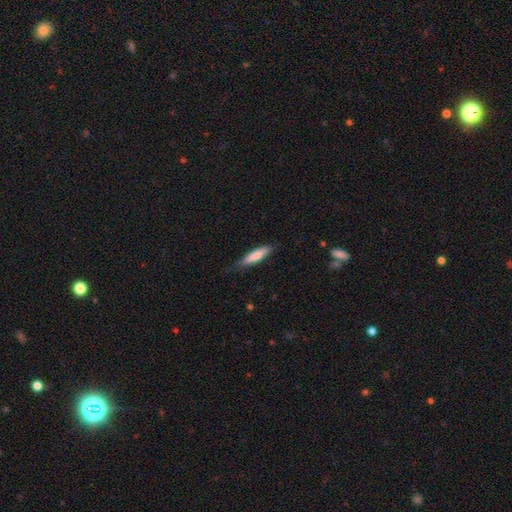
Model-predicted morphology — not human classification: Smooth or featured: smooth — 80% (featured or disk — 14%)
How rounded: cigar-shaped — 73% (in between — 26%)
Merging: none — 72% (minor disturbance — 23%)